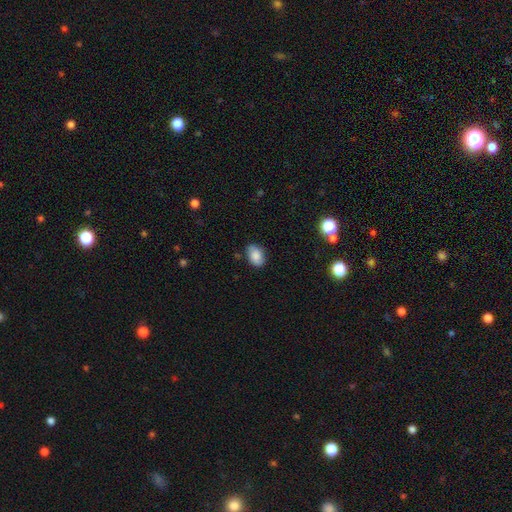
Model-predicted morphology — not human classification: smooth_or_featured: smooth (p=0.84) [alt: featured or disk p=0.08]
how_rounded: in between (p=0.86) [alt: round p=0.13]
merging: none (p=0.79) [alt: minor disturbance p=0.16]